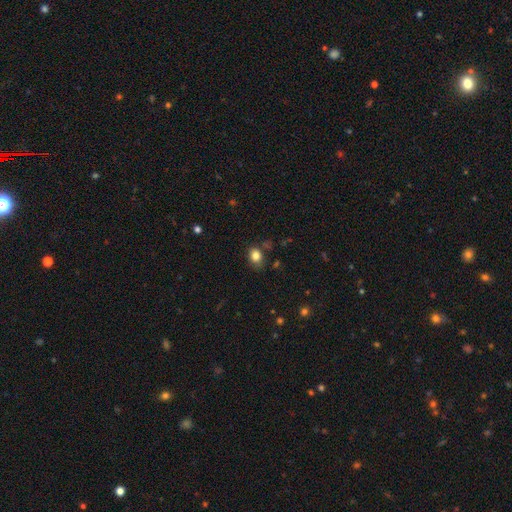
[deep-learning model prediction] This is clearly a smooth galaxy (82%). How rounded: possibly in between (50%). Merging: likely none (74%).